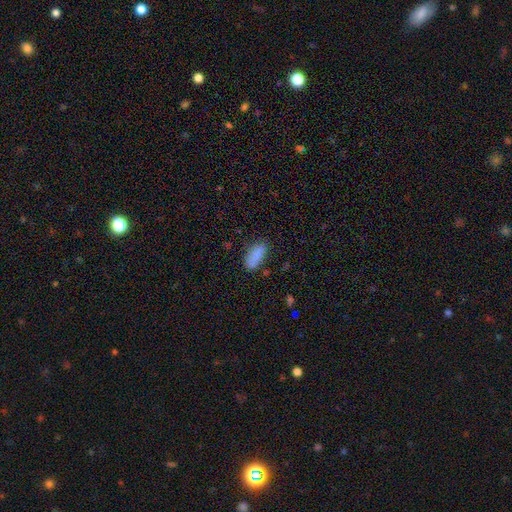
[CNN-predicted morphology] Smooth or featured?
  - smooth: 86% *
  - star or artifact: 8%
  - featured or disk: 6%
How rounded?
  - in between: 83% *
  - cigar-shaped: 15%
  - round: 2%
Merging?
  - none: 73% *
  - minor disturbance: 19%
  - major disturbance: 5%
  - merger: 3%